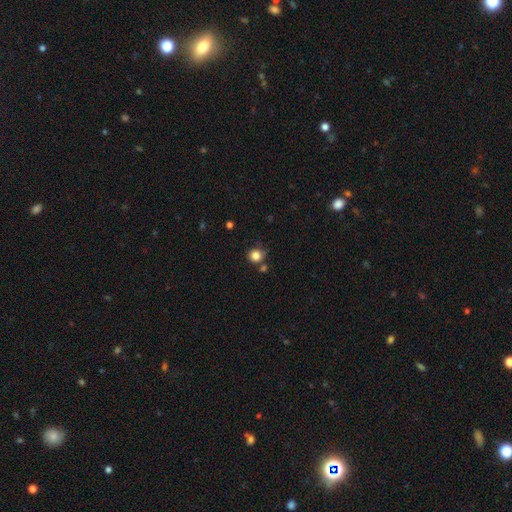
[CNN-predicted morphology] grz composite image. It shows a smooth galaxy with no disk features (83%) that is round (89%). Merging: none (71%).